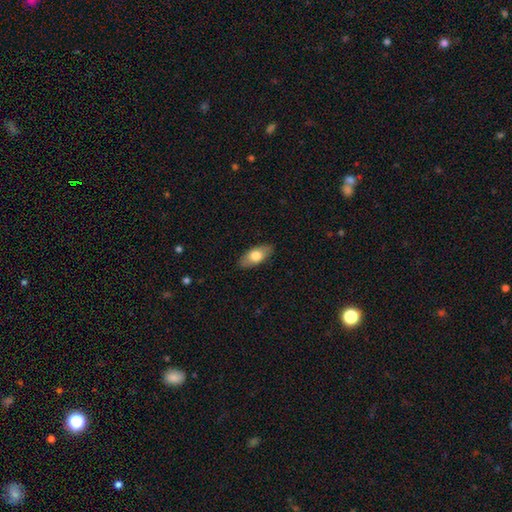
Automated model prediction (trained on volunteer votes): This is likely a smooth galaxy (72%). How rounded: clearly in between (87%). Merging: clearly none (87%).